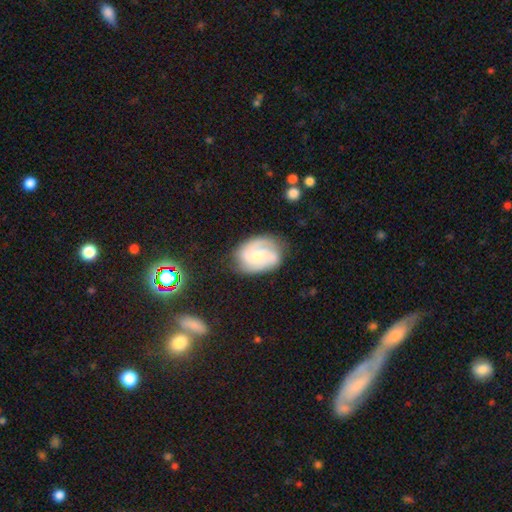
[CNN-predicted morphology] smooth-or-featured: featured or disk: 76% | smooth: 18% | star or artifact: 6%
  disk-edge-on: no: 98% | yes: 2%
    bar: weak: 47% | no: 40% | strong: 13%
    has-spiral-arms: yes: 95% | no: 5%
      spiral-winding: medium: 47% | tight: 39% | loose: 15%
      spiral-arm-count: 2: 62% | 3: 17% | can't tell: 12% | 1: 4% | 4: 2% | more than 4: 2%
    bulge-size: moderate: 41% (tied) | small: 41% (tied) | none: 9% | large: 8% | dominant: 2%
  merging: none: 71% | minor disturbance: 19% | major disturbance: 8% | merger: 2%